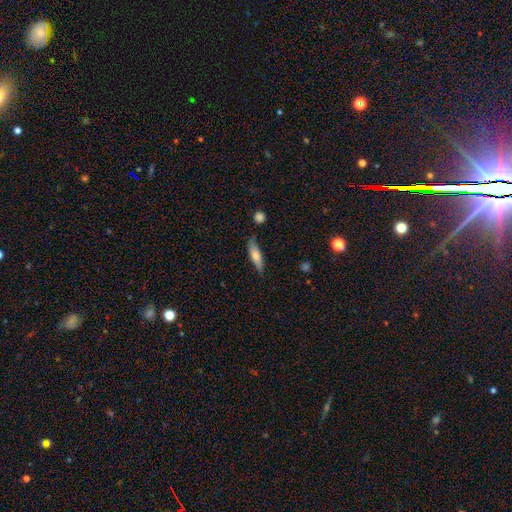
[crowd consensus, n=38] Q: Smooth or featured?
A: smooth (61%); runner-up: featured or disk (32%)
Q: How rounded?
A: cigar-shaped (61%); runner-up: in between (39%)
Q: Merging?
A: none (57%); runner-up: minor disturbance (40%)